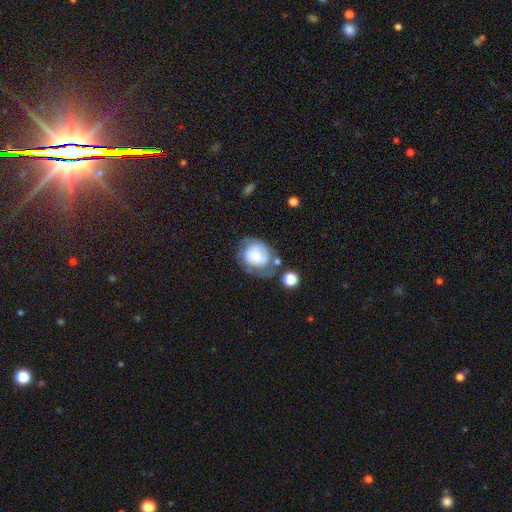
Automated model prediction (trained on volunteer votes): featured or disk 49%, smooth 42%, star or artifact 8%. Down the decision tree: merging — none (42%).